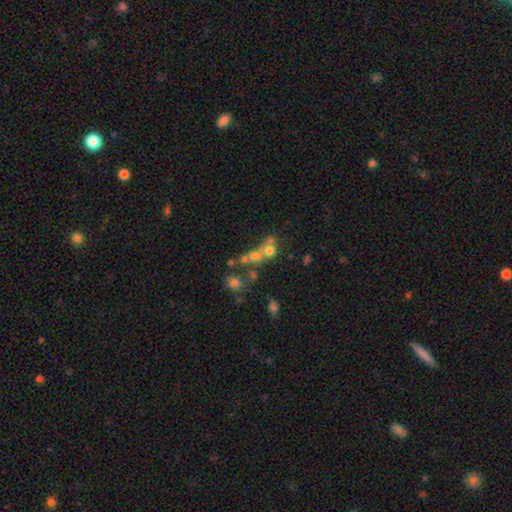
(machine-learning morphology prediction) smooth 47%, featured or disk 30%, star or artifact 23%. Down the decision tree: merging — merger (49%).